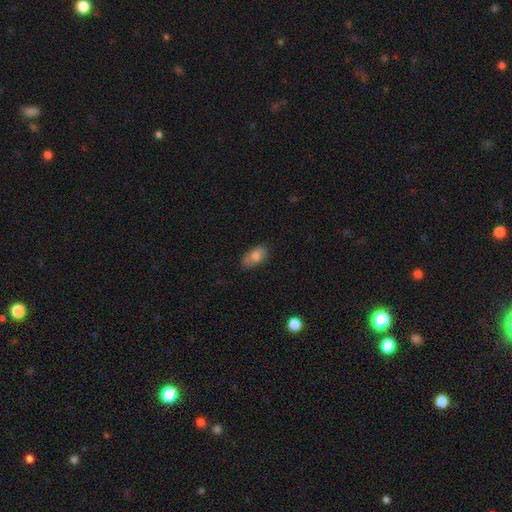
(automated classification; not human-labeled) Smooth or featured? Predicted: smooth (p=0.76). How rounded? Predicted: in between (p=0.91). Merging? Predicted: none (p=0.71).